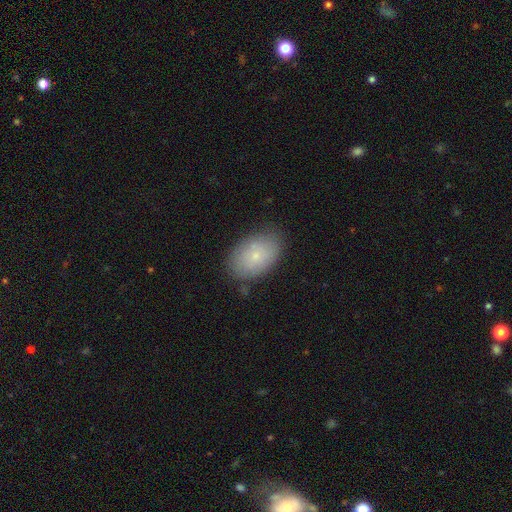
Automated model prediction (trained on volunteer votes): A smooth galaxy with no disk features (75%) that is in between round and cigar-shaped (88%). Merging: none (78%).